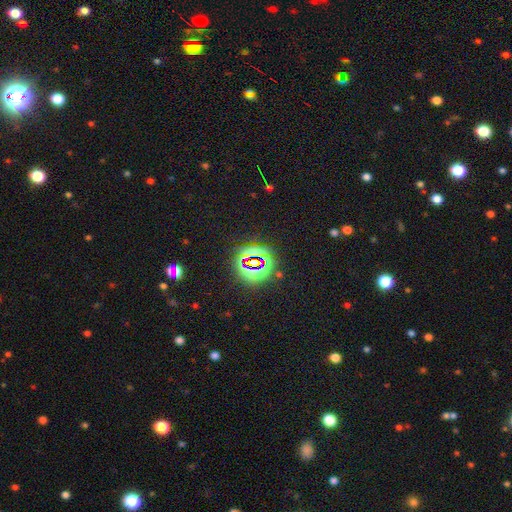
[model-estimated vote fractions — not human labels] A star or artifact, not a galaxy (81%).

Vote fractions:
- Smooth or featured? star or artifact: 81% / smooth: 12% / featured or disk: 7%